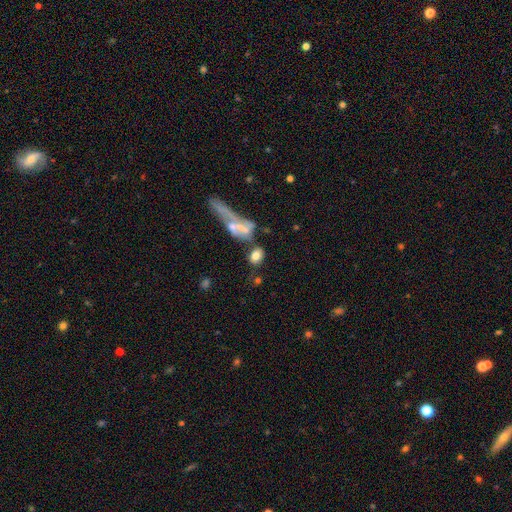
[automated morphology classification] Overall: smooth (75%). How rounded: in between (75%). Merging: none (48%; merger 26%).